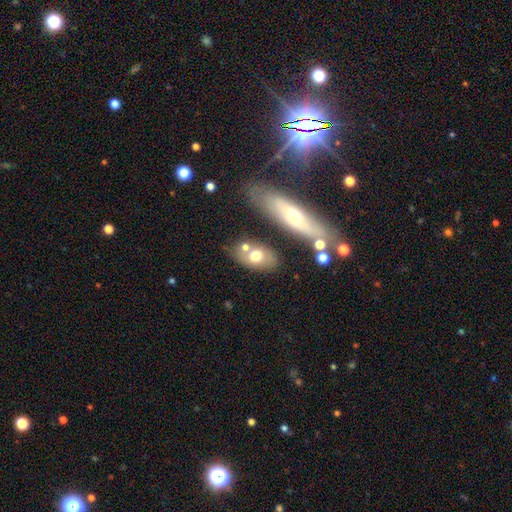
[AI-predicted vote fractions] Smooth or featured: smooth — 65% (featured or disk — 27%)
How rounded: in between — 81% (round — 14%)
Merging: none — 59% (merger — 22%)